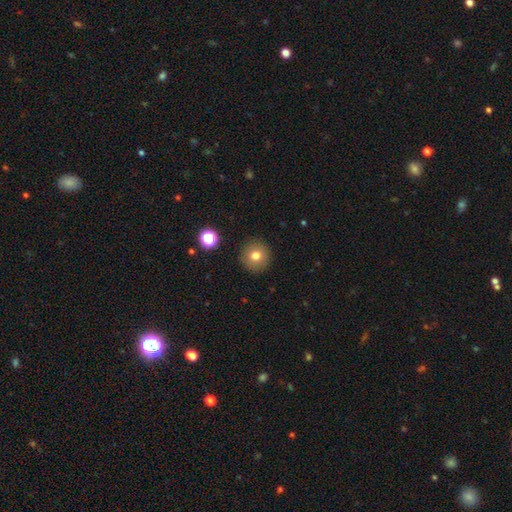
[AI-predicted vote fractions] Smooth or featured: smooth — 77% (star or artifact — 12%)
How rounded: round — 95% (in between — 4%)
Merging: none — 91% (minor disturbance — 5%)